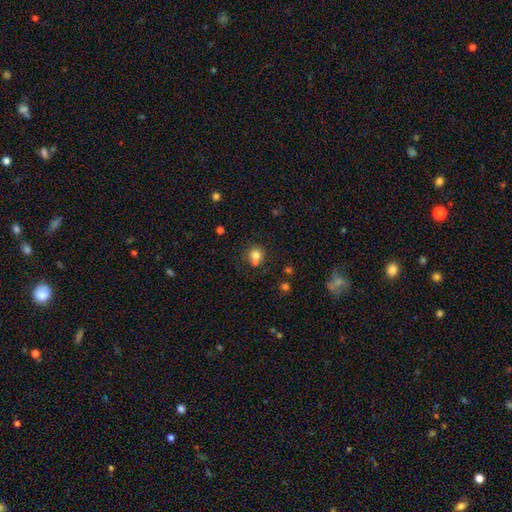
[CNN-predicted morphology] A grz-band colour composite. It shows a smooth galaxy with no disk features (78%) that is round (87%). Merging: none (57%).